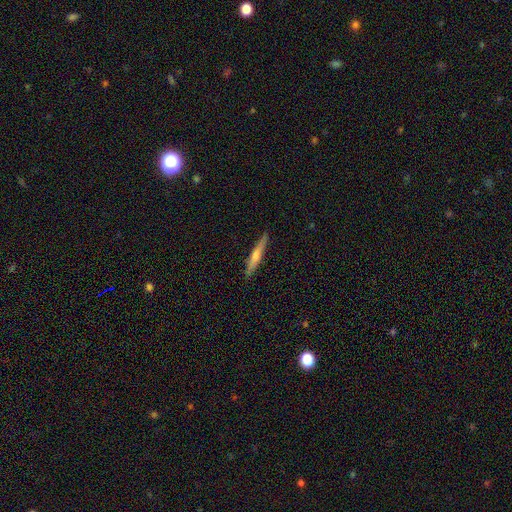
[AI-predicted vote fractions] Morphology: type=featured or disk (53%); edge-on=yes (96%); edge-on bulge=rounded (73%); merging=none (91%).